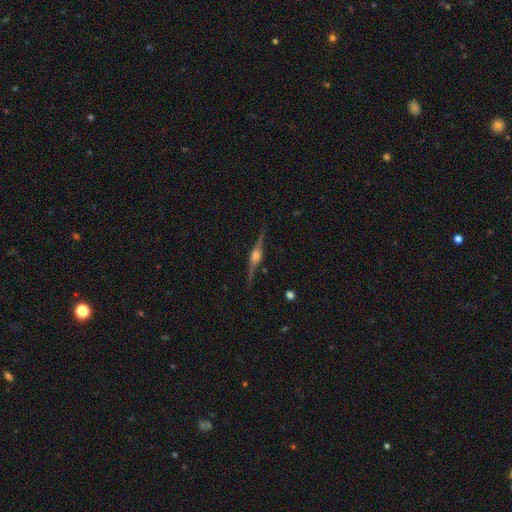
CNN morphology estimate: Smooth or featured?
  - featured or disk: 86% *
  - smooth: 8%
  - star or artifact: 6%
Edge-on disk?
  - yes: 98% *
  - no: 2%
Edge-on bulge?
  - rounded: 90% *
  - boxy: 8%
  - none: 2%
Merging?
  - none: 88% *
  - minor disturbance: 9%
  - major disturbance: 2%
  - merger: 1%